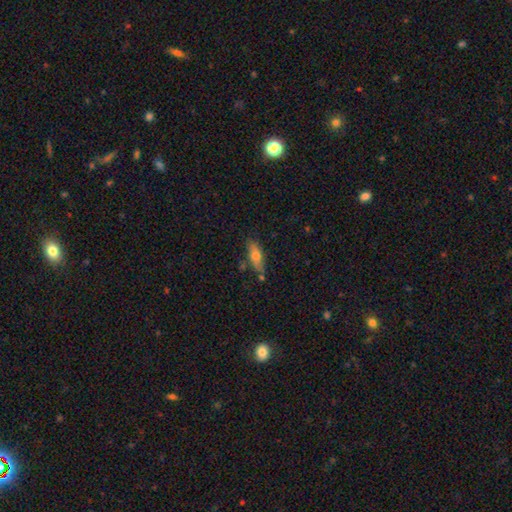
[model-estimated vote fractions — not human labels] The model was most divided on "how rounded": in between: 62%, cigar-shaped: 35%, round: 3%. More confident: merging — none (66%); smooth or featured — smooth (66%).